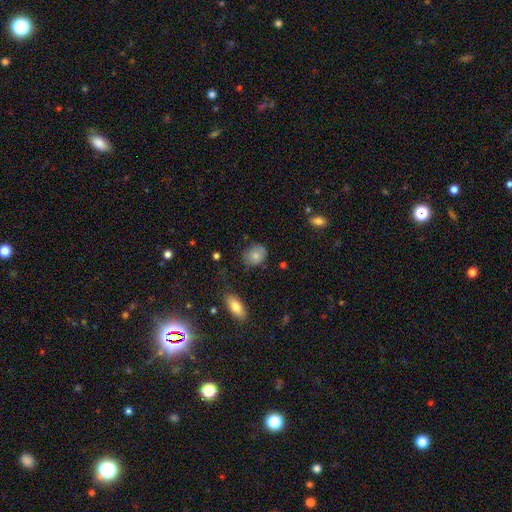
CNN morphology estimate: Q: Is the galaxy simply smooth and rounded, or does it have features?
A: smooth — 79%.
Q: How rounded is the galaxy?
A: round — 52%.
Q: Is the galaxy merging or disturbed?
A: none — 66%.